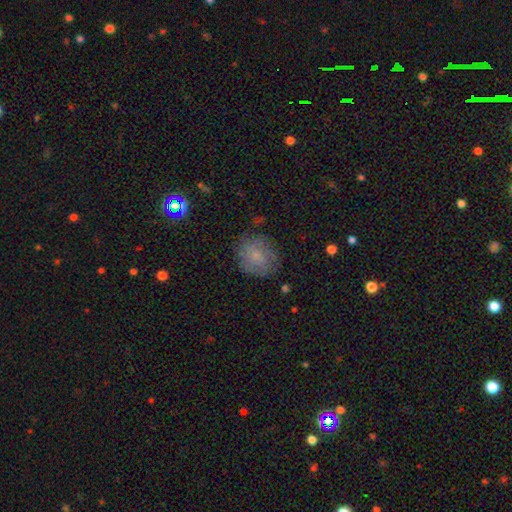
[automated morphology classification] smooth 64%, featured or disk 25%, star or artifact 11%. Down the decision tree: how rounded — round (75%); merging — none (73%).